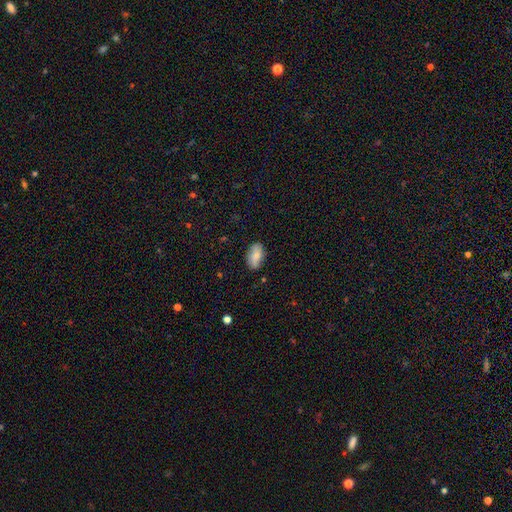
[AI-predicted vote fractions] smooth 70%, featured or disk 22%, star or artifact 7%. Down the decision tree: how rounded — in between (91%); merging — none (79%).